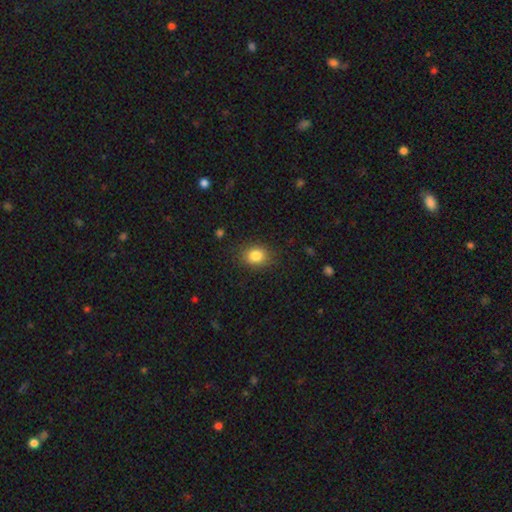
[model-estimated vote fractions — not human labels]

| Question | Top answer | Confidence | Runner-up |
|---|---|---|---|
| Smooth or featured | smooth | 84% | star or artifact (10%) |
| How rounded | round | 50% | in between (49%) |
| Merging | none | 85% | minor disturbance (11%) |